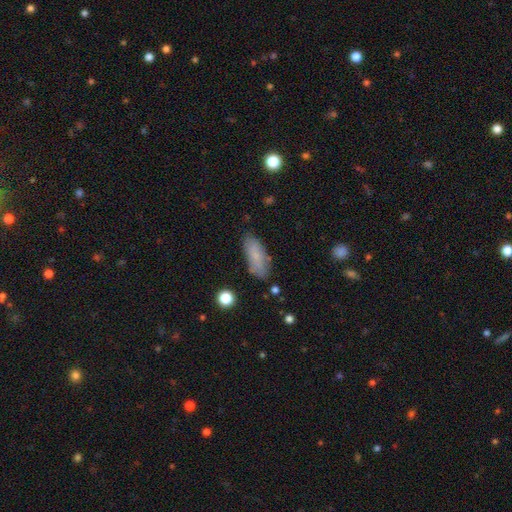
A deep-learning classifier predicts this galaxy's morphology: Smooth or featured? smooth (76%)
How rounded? in between (74%)
Merging? none (76%)